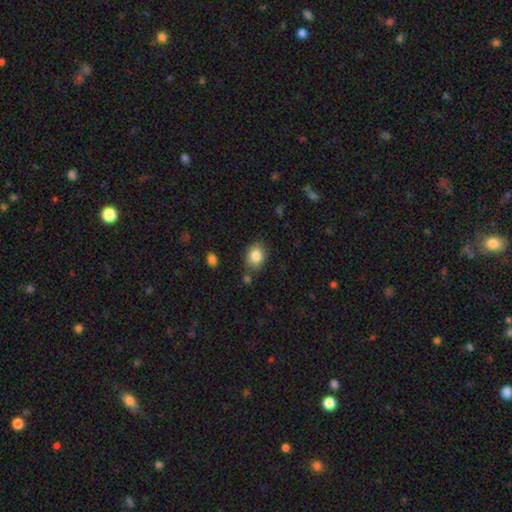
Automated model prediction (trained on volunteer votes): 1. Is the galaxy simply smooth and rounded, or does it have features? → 85% smooth, 8% star or artifact, 7% featured or disk.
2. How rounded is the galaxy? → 61% in between, 38% round, 1% cigar-shaped.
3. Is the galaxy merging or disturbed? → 75% none, 16% minor disturbance, 6% merger, 4% major disturbance.